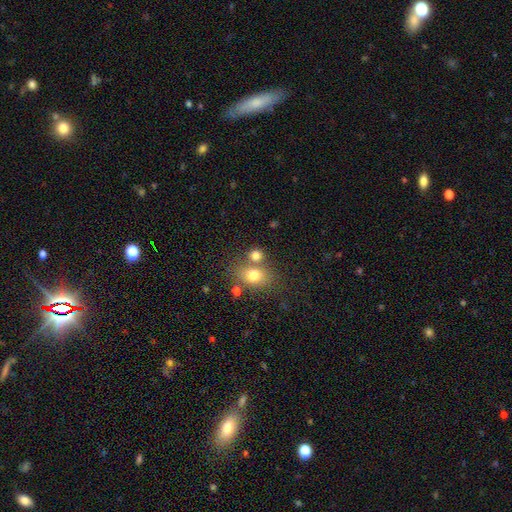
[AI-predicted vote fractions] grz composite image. It shows a smooth galaxy with no disk features (75%) that is round (57%). Merging: none (56%).